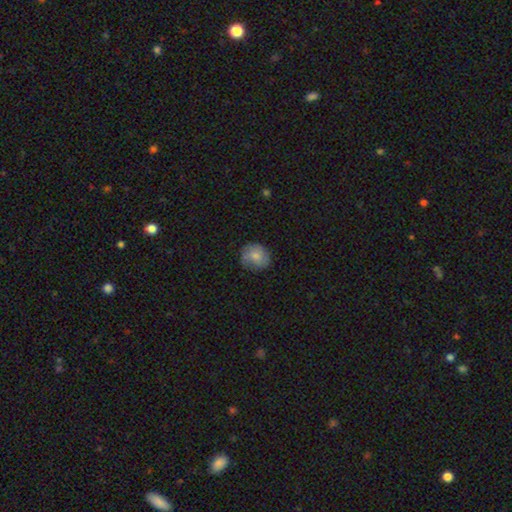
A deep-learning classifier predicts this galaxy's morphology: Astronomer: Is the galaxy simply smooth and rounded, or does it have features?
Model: smooth — 72%.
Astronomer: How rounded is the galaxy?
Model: round — 77%.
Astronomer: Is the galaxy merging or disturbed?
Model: none — 73%.